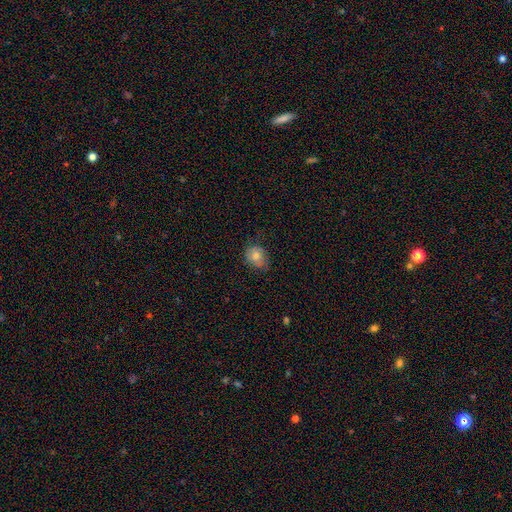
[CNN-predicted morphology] Overall: smooth (73%). How rounded: round (51%; in between 47%). Merging: none (68%).